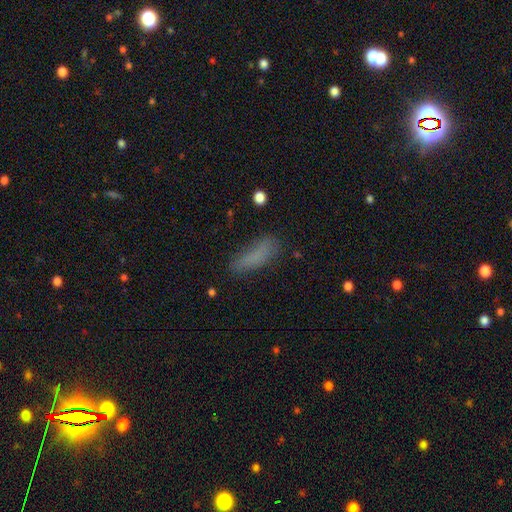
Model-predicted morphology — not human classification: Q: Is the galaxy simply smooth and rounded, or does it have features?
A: smooth — 79%.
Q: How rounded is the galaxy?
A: cigar-shaped — 56%.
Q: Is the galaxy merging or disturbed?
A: none — 68%.